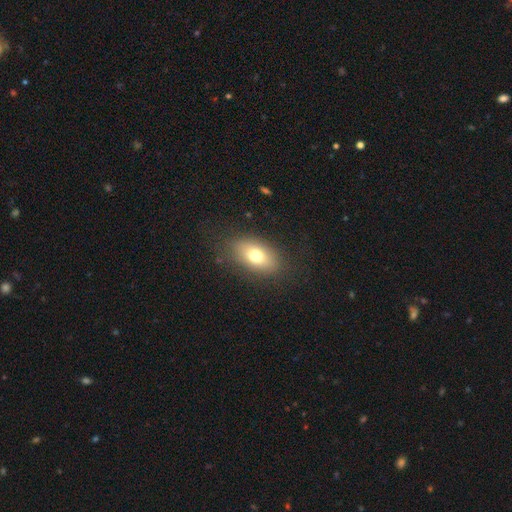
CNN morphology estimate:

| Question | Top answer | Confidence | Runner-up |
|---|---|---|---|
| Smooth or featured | smooth | 73% | featured or disk (17%) |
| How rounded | in between | 87% | round (10%) |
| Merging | none | 82% | minor disturbance (12%) |